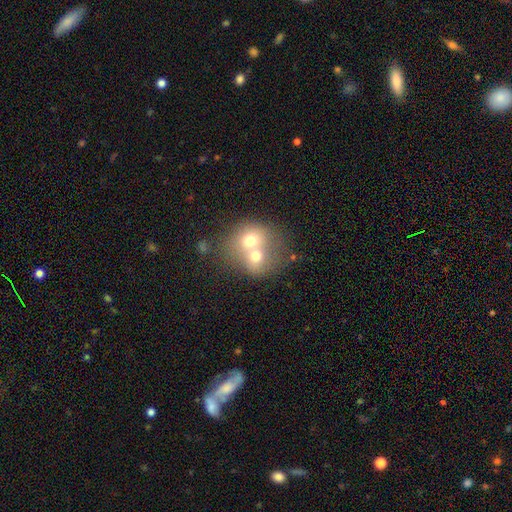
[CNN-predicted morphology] This appears to be a smooth galaxy with no disk features (64%) that is round (65%). Merging: merger (72%).